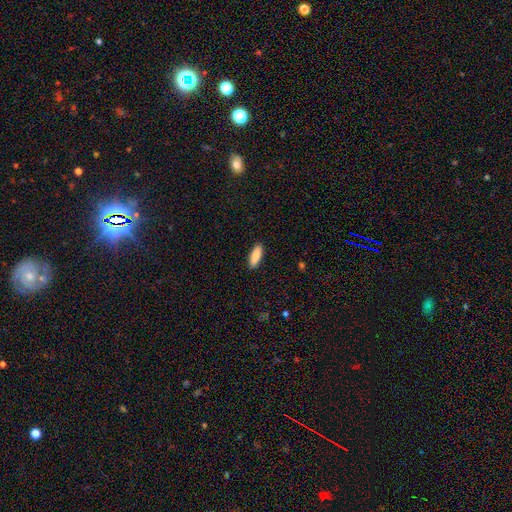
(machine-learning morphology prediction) A smooth galaxy with no disk features (88%) that is in between round and cigar-shaped (59%).

Vote fractions:
- Smooth or featured? smooth: 88% / star or artifact: 6% / featured or disk: 6%
- How rounded? in between: 59% / cigar-shaped: 39% / round: 2%
- Merging? none: 90% / minor disturbance: 7% / major disturbance: 2% / merger: 1%